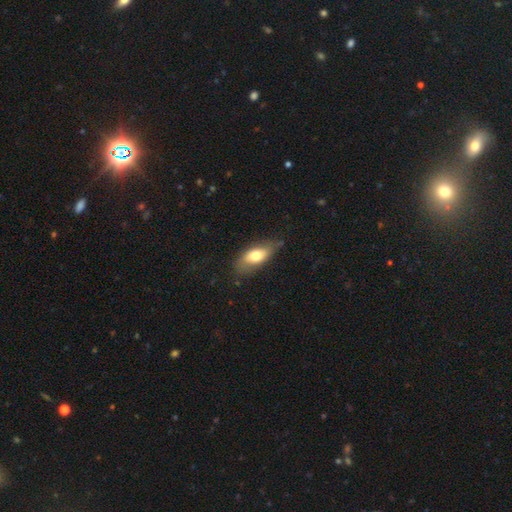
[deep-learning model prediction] Overall: smooth (67%). How rounded: in between (84%). Merging: none (66%; minor disturbance 26%).